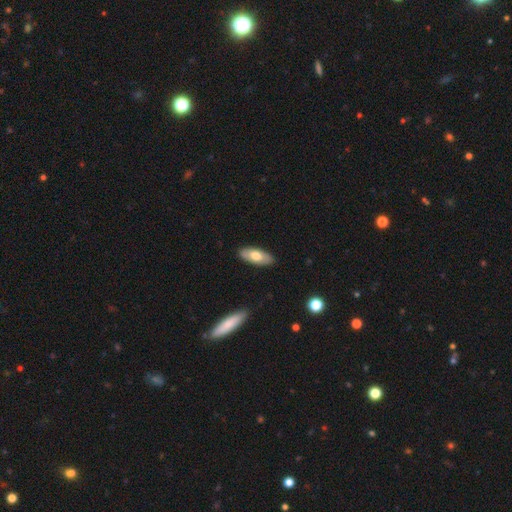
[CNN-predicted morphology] The model was most divided on "smooth or featured": smooth: 68%, featured or disk: 27%, star or artifact: 5%. More confident: merging — none (88%); how rounded — in between (85%).